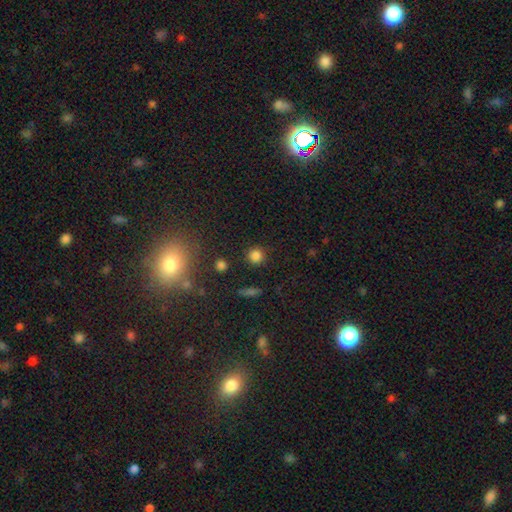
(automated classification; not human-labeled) smooth 81%, star or artifact 14%, featured or disk 5%. Down the decision tree: how rounded — round (93%); merging — none (88%).